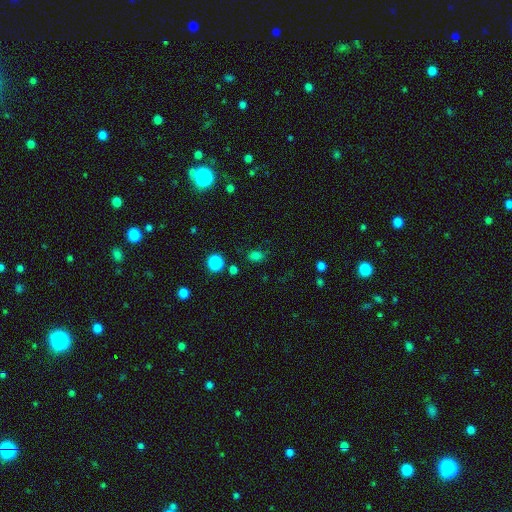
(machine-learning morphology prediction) The model was most divided on "how rounded": in between: 63%, round: 35%, cigar-shaped: 2%. More confident: merging — none (75%); smooth or featured — smooth (73%).